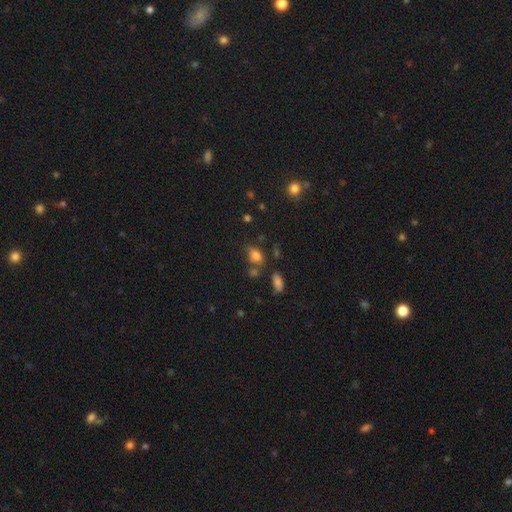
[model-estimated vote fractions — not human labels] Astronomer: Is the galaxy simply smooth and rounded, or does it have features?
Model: smooth — 78%.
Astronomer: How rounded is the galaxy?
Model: in between — 82%.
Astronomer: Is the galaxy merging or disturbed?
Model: none — 59%.